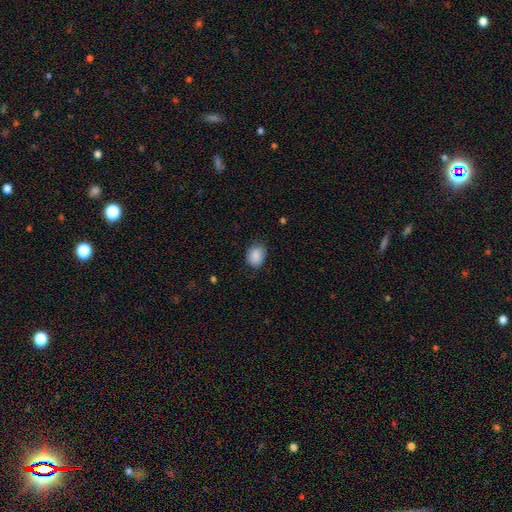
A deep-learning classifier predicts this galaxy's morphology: type=smooth (88%); roundness=round (51%); merging=none (78%).